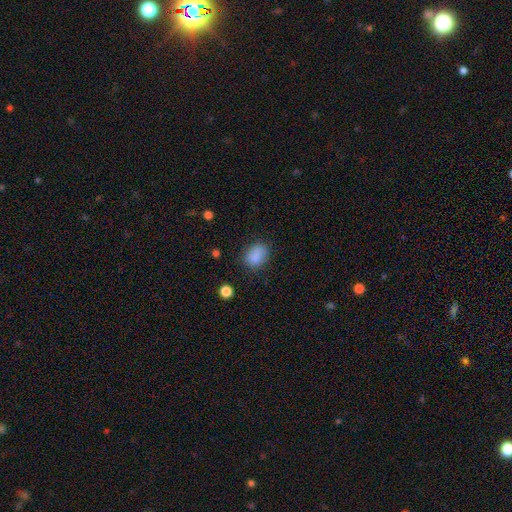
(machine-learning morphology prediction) The model was most divided on "how rounded": in between: 63%, round: 36%, cigar-shaped: 1%. More confident: smooth or featured — smooth (86%); merging — none (75%).